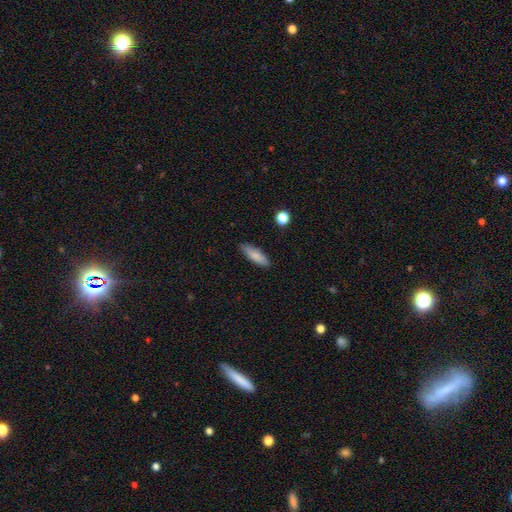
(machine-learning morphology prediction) smooth-or-featured: smooth: 83% | featured or disk: 10% | star or artifact: 7%
  how-rounded: cigar-shaped: 54% | in between: 44% | round: 2%
  merging: none: 86% | minor disturbance: 11% | major disturbance: 2% | merger: 1%